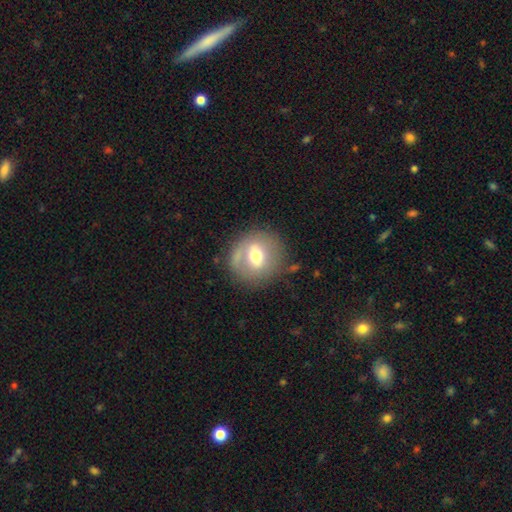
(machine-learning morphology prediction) Smooth or featured?
  - smooth: 49% *
  - featured or disk: 43%
  - star or artifact: 9%
Merging?
  - none: 73% *
  - minor disturbance: 17%
  - major disturbance: 8%
  - merger: 3%